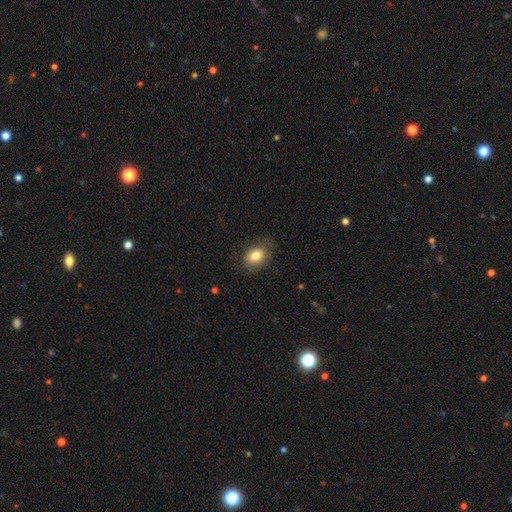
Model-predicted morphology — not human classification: Overall: smooth (80%). How rounded: in between (74%). Merging: none (75%).